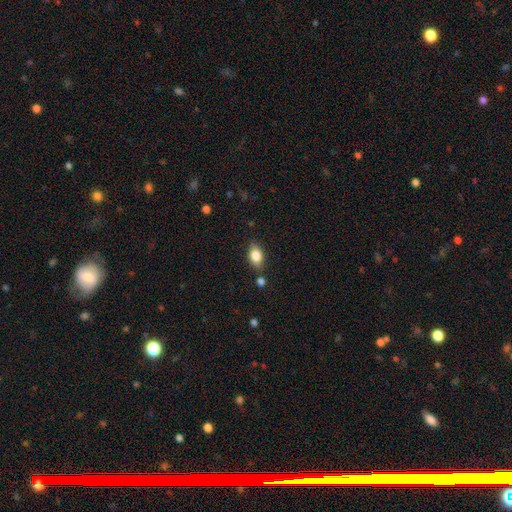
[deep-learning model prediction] smooth-or-featured: smooth: 83% | featured or disk: 9% | star or artifact: 8%
  how-rounded: in between: 87% | round: 10% | cigar-shaped: 3%
  merging: none: 80% | minor disturbance: 13% | merger: 5% | major disturbance: 3%